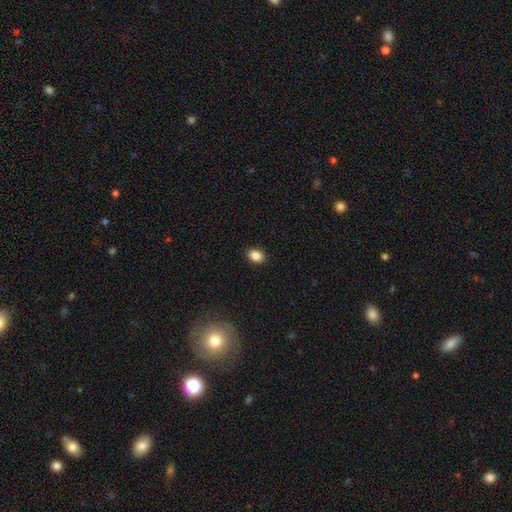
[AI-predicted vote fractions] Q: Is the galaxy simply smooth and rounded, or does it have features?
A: smooth — 87%.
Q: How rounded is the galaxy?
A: in between — 64%.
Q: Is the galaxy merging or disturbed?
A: none — 90%.